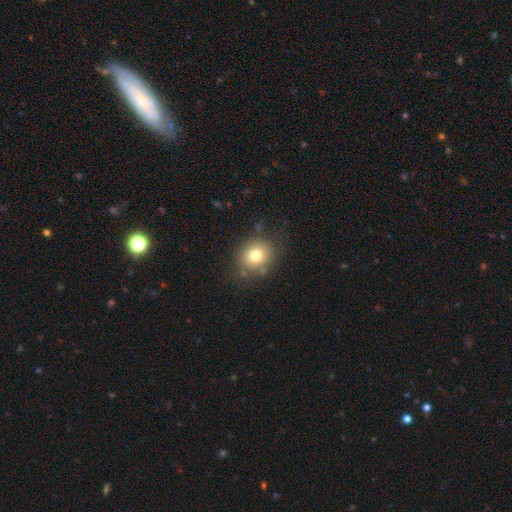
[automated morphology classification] Overall: smooth (76%). How rounded: round (73%). Merging: none (77%).